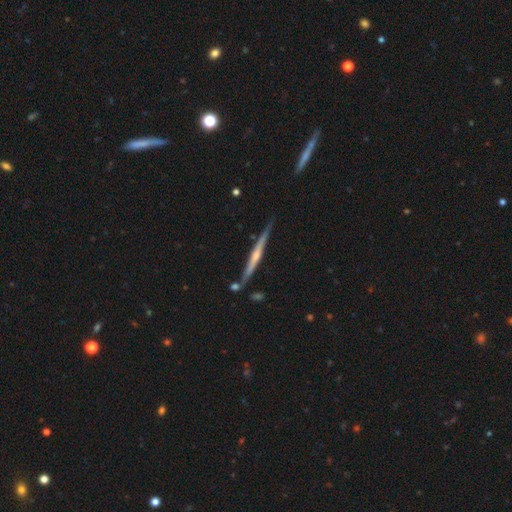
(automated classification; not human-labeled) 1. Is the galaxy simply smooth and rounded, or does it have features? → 74% featured or disk, 21% smooth, 6% star or artifact.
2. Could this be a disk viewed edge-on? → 98% yes, 2% no.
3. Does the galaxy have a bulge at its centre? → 62% rounded, 30% none, 9% boxy.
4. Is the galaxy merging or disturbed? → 80% none, 12% minor disturbance, 5% merger, 2% major disturbance.